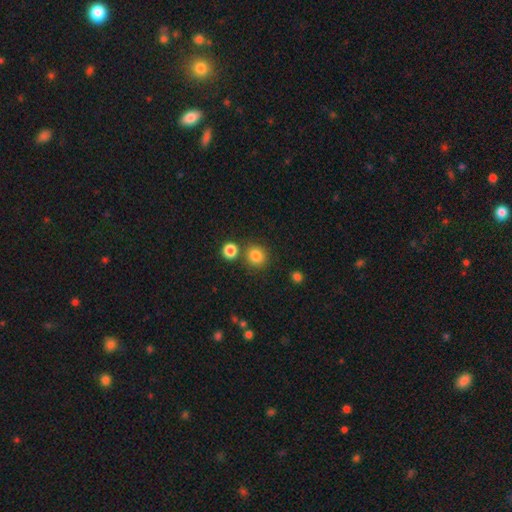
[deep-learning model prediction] Q: Smooth or featured?
A: smooth (83%); runner-up: star or artifact (12%)
Q: How rounded?
A: round (87%); runner-up: in between (12%)
Q: Merging?
A: none (77%); runner-up: merger (12%)